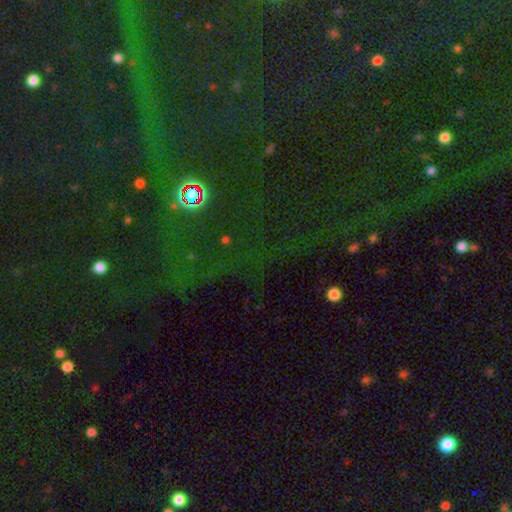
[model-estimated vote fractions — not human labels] This is likely a star or artifact rather than a galaxy (77%).